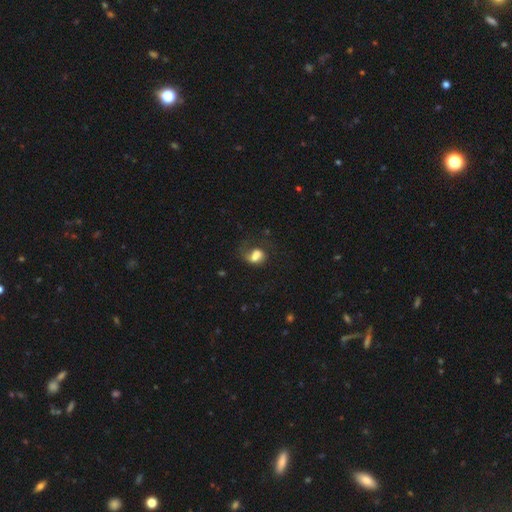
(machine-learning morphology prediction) A smooth galaxy with no disk features (63%) that is in between round and cigar-shaped (64%). Merging: major disturbance (38%).